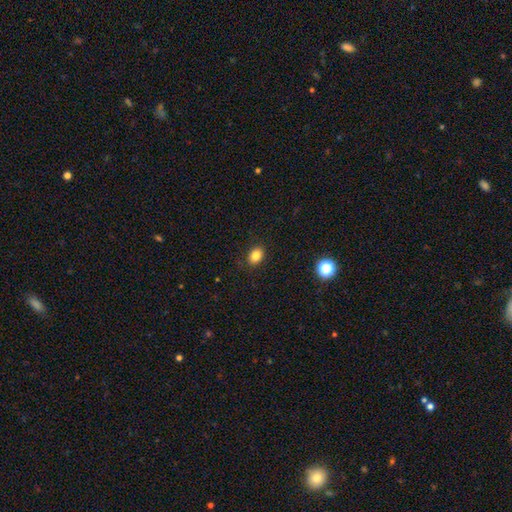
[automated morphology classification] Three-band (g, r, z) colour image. It shows a smooth galaxy with no disk features (83%) that is in between round and cigar-shaped (66%). Merging: none (89%).